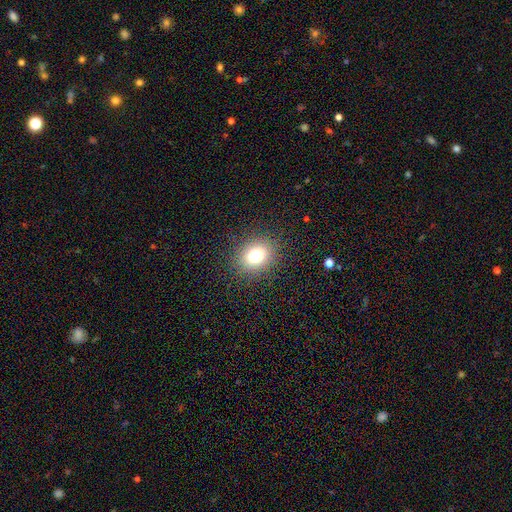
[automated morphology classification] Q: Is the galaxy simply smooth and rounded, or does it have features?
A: smooth — 77%.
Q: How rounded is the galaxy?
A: round — 53%.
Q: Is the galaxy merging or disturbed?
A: none — 88%.